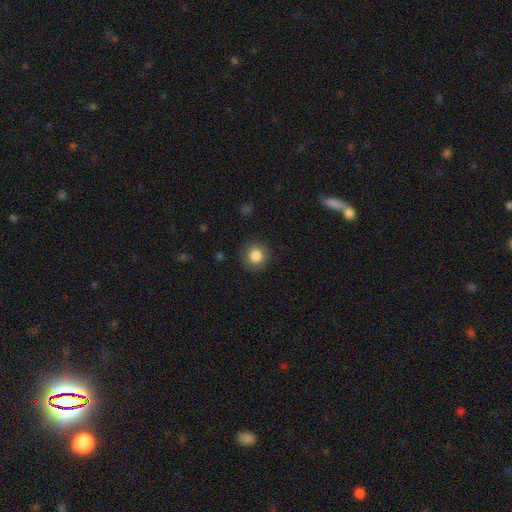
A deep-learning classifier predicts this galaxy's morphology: A smooth galaxy with no disk features (85%) that is round (93%).

Vote fractions:
- Smooth or featured? smooth: 85% / star or artifact: 10% / featured or disk: 6%
- How rounded? round: 93% / in between: 6% / cigar-shaped: 1%
- Merging? none: 88% / minor disturbance: 8% / major disturbance: 3% / merger: 1%